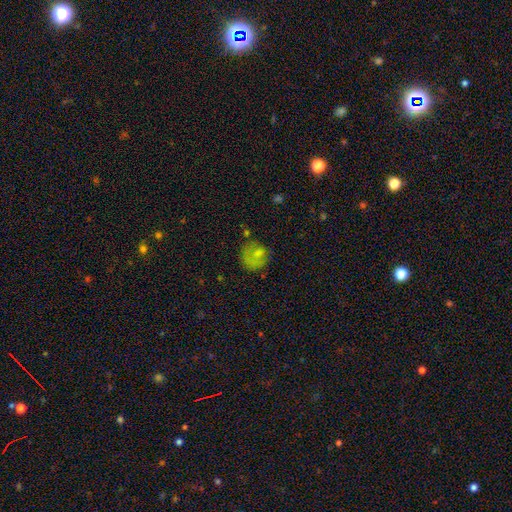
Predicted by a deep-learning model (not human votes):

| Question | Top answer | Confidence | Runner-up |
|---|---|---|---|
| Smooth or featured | smooth | 62% | featured or disk (26%) |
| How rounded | round | 76% | in between (23%) |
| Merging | none | 49% | minor disturbance (23%) |